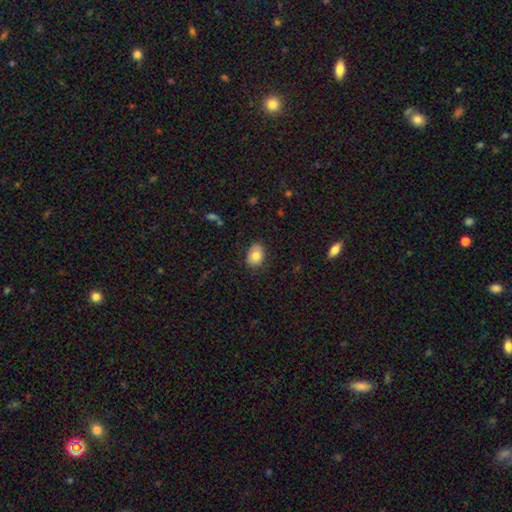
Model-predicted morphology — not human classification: smooth-or-featured: smooth: 81% | featured or disk: 10% | star or artifact: 8%
  how-rounded: in between: 73% | round: 26% | cigar-shaped: 1%
  merging: none: 78% | minor disturbance: 17% | major disturbance: 3% | merger: 1%